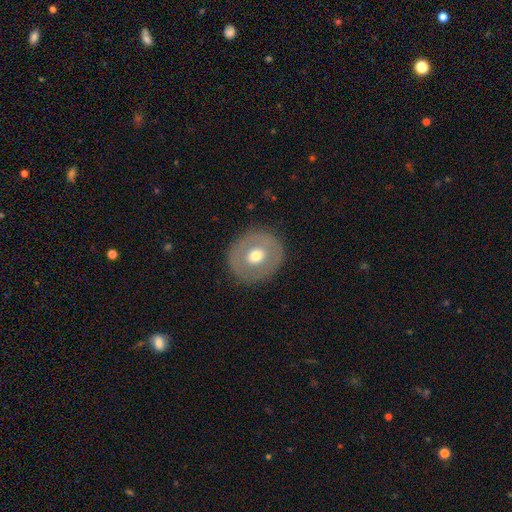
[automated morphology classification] A smooth galaxy with no disk features (54%) that is round (82%). Merging: none (85%).